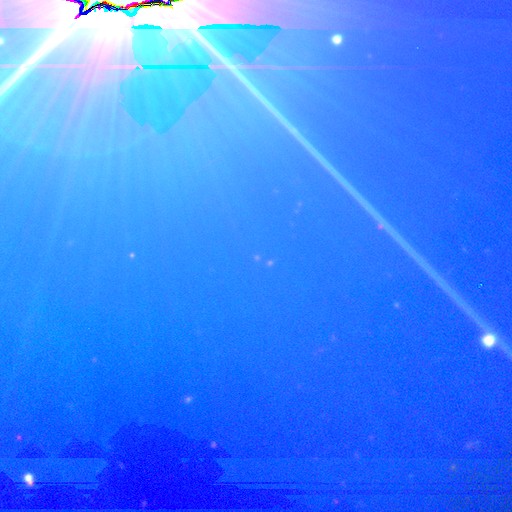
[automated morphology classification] Smooth or featured?
  - star or artifact: 82% *
  - smooth: 10%
  - featured or disk: 8%